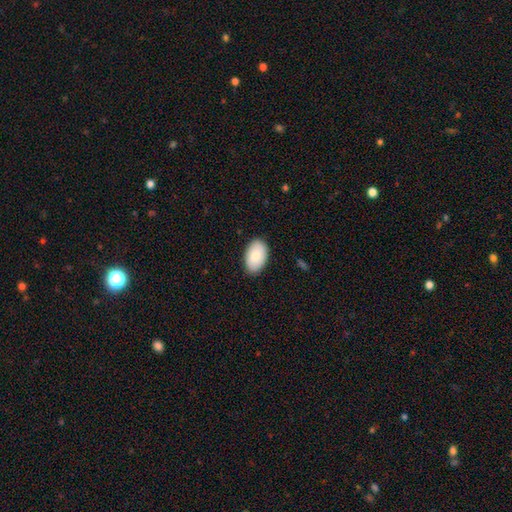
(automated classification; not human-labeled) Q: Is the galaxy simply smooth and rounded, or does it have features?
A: smooth — 83%.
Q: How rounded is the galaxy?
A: in between — 93%.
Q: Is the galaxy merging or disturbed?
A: none — 86%.